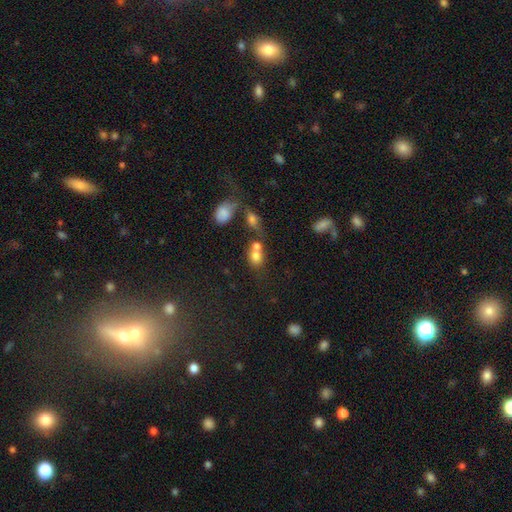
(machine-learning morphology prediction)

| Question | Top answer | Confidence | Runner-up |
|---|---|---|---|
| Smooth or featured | smooth | 73% | featured or disk (13%) |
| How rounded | round | 55% | in between (43%) |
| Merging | merger | 52% | none (32%) |